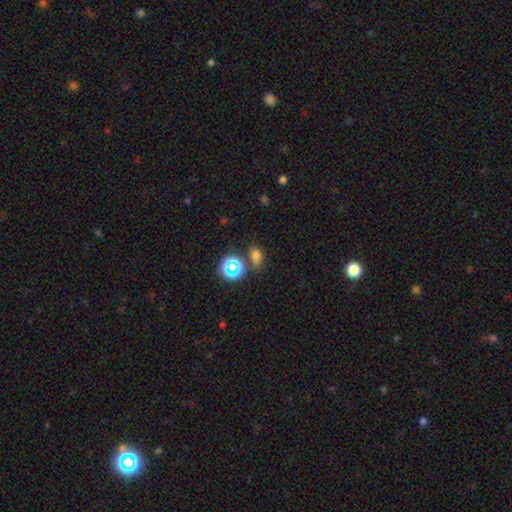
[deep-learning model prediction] smooth 64%, star or artifact 29%, featured or disk 8%. Down the decision tree: how rounded — in between (65%); merging — none (70%).